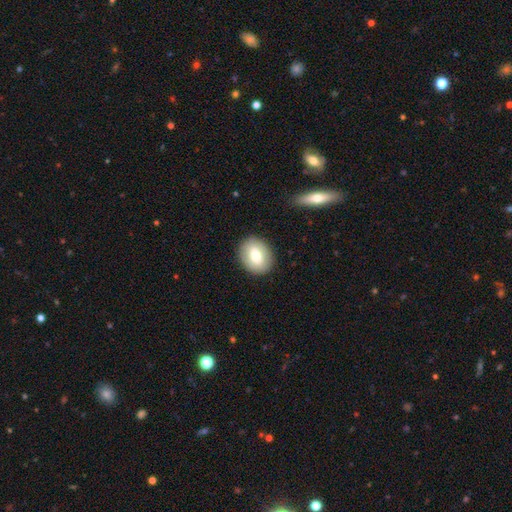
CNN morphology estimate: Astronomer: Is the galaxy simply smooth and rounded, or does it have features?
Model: smooth — 71%.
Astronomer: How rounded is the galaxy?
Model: in between — 64%.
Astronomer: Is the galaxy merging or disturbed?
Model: none — 87%.